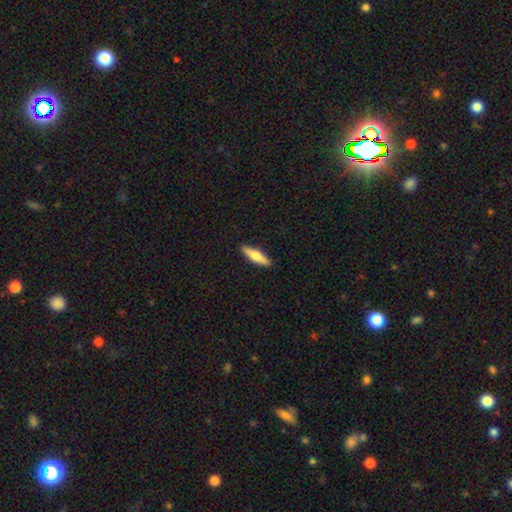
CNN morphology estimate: The model was most divided on "smooth or featured": smooth: 53%, featured or disk: 42%, star or artifact: 5%. More confident: merging — none (91%); how rounded — cigar-shaped (76%).